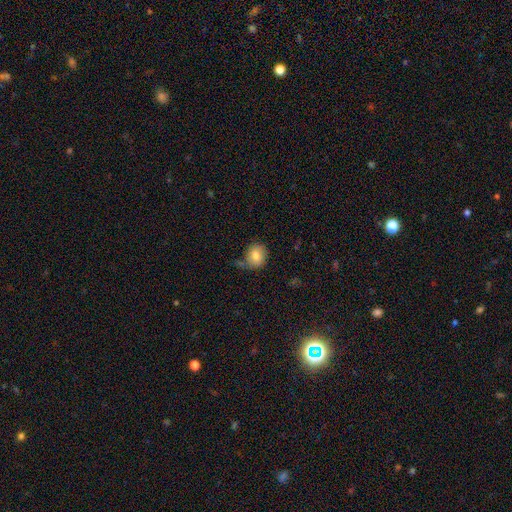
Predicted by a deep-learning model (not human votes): smooth 81%, featured or disk 11%, star or artifact 9%. Down the decision tree: how rounded — round (69%); merging — none (66%).